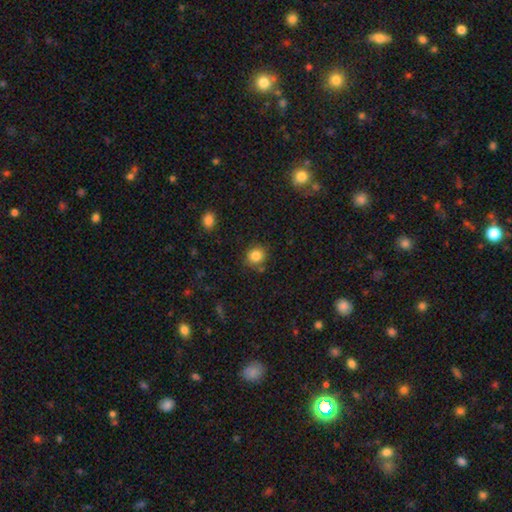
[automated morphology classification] The model was most divided on "how rounded": round: 82%, in between: 17%, cigar-shaped: 1%. More confident: smooth or featured — smooth (84%); merging — none (81%).